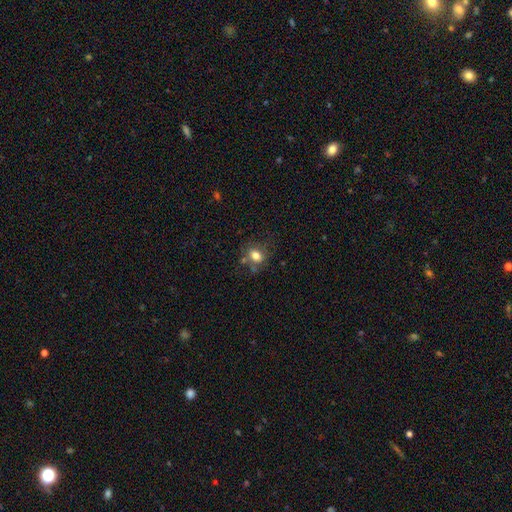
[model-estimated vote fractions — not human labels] Smooth or featured: smooth — 76% (featured or disk — 12%)
How rounded: round — 54% (in between — 45%)
Merging: none — 63% (minor disturbance — 19%)